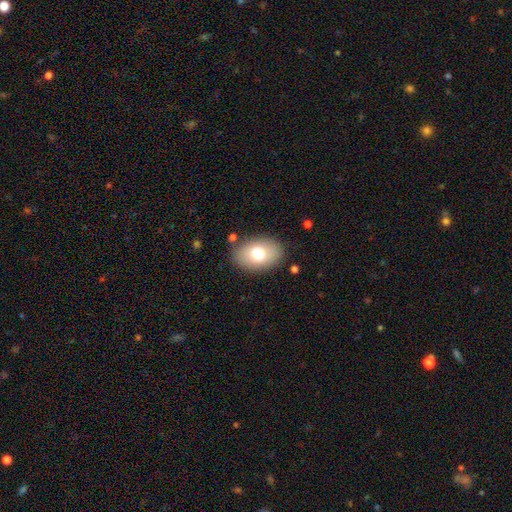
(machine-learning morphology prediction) Smooth or featured? smooth (72%)
How rounded? in between (83%)
Merging? none (84%)